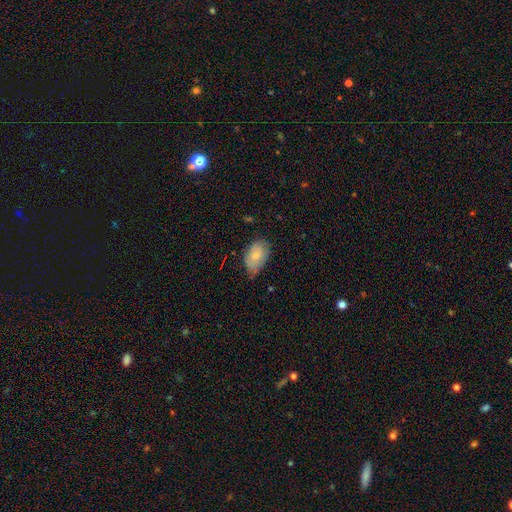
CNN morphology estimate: This appears to be a smooth galaxy with no disk features (70%) that is in between round and cigar-shaped (89%). Merging: none (53%).